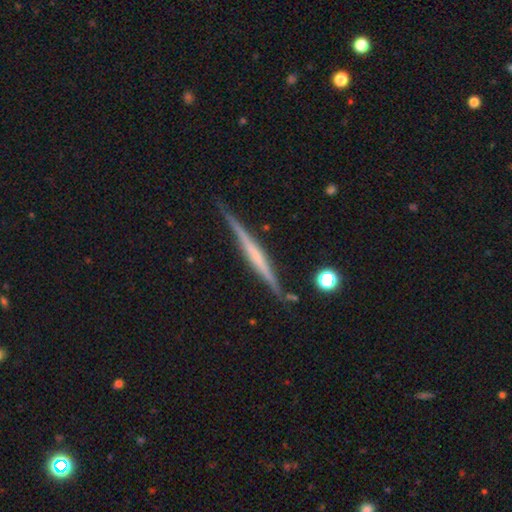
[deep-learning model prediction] Overall: featured or disk (71%). Edge-on disk: yes (98%). Edge-on bulge: none (60%; rounded 26%). Merging: none (86%).